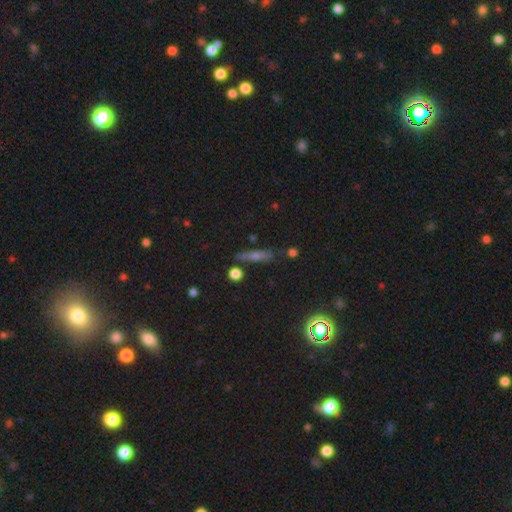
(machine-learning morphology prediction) The model was most divided on "smooth or featured": smooth: 42%, featured or disk: 36%, star or artifact: 22%. More confident: merging — none (80%).